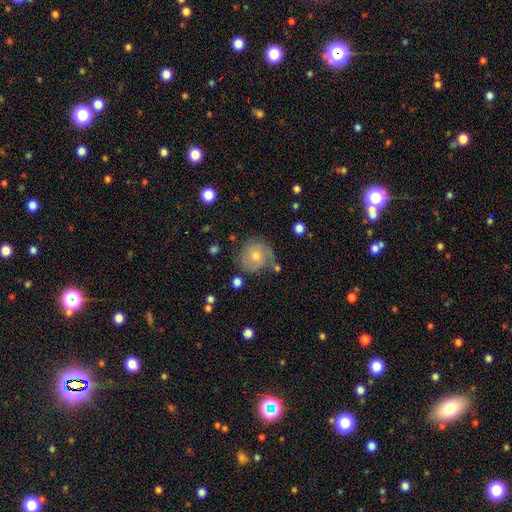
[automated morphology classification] Smooth or featured? Predicted: featured or disk (p=0.54). Edge-on disk? Predicted: no (p=0.97). Bar? Predicted: no (p=0.78). Spiral arms? Predicted: yes (p=0.81). Bulge size? Predicted: moderate (p=0.61). Merging? Predicted: none (p=0.63).